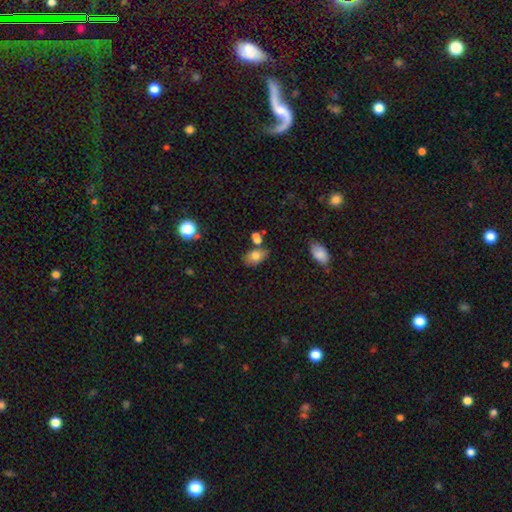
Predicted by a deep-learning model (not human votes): Overall: smooth (74%). How rounded: in between (87%). Merging: none (58%; minor disturbance 20%).